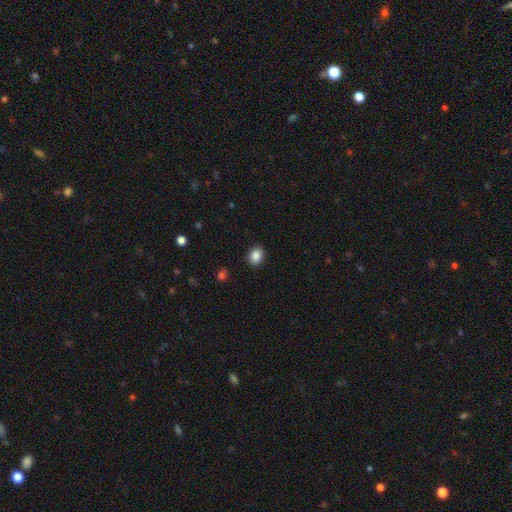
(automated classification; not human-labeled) The model was most divided on "how rounded": in between: 51%, round: 48%, cigar-shaped: 1%. More confident: merging — none (91%); smooth or featured — smooth (87%).